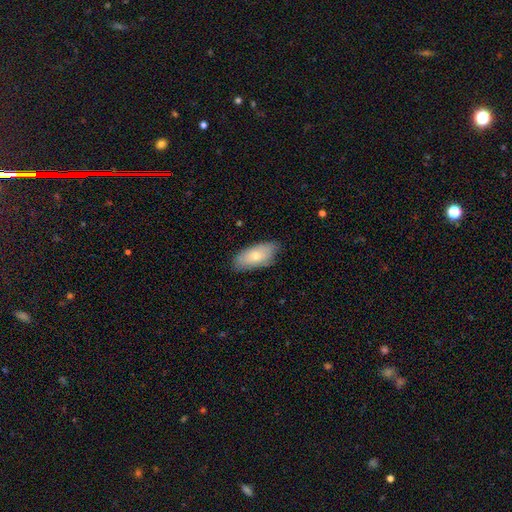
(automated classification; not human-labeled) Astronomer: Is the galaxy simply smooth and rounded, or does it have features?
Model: smooth — 73%.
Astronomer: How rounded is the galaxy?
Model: in between — 91%.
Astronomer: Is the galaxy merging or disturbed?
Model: none — 75%.